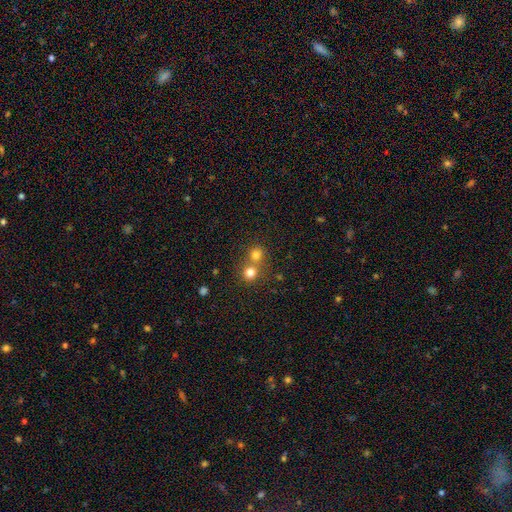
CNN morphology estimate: Smooth or featured?
  - smooth: 71% *
  - star or artifact: 19%
  - featured or disk: 10%
How rounded?
  - round: 88% *
  - in between: 11%
  - cigar-shaped: 1%
Merging?
  - none: 48% *
  - merger: 46%
  - minor disturbance: 4%
  - major disturbance: 2%